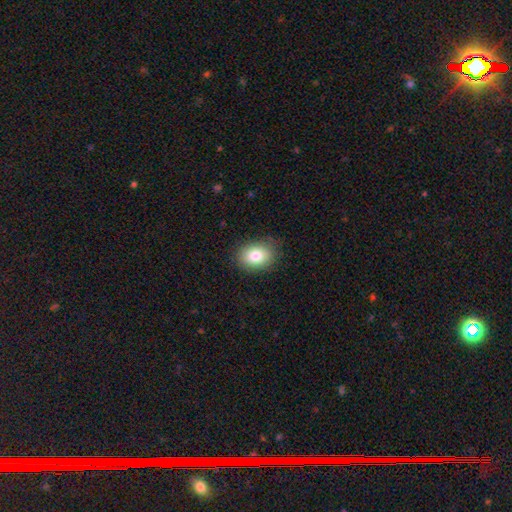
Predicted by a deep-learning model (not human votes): A smooth galaxy with no disk features (83%) that is in between round and cigar-shaped (69%).

Vote fractions:
- Smooth or featured? smooth: 83% / featured or disk: 9% / star or artifact: 9%
- How rounded? in between: 69% / round: 30% / cigar-shaped: 1%
- Merging? none: 83% / minor disturbance: 13% / major disturbance: 3% / merger: 1%